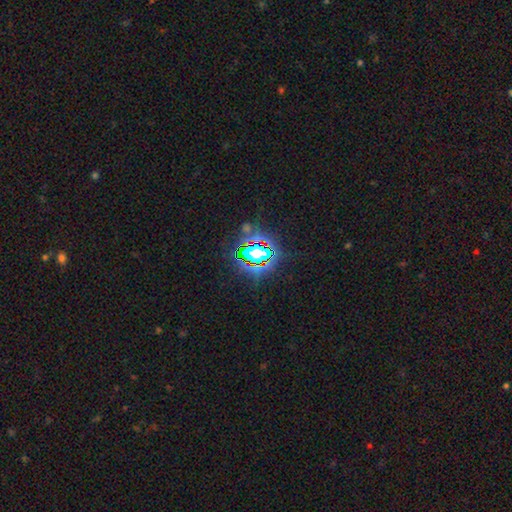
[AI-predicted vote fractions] smooth-or-featured: star or artifact: 81% | smooth: 12% | featured or disk: 7%